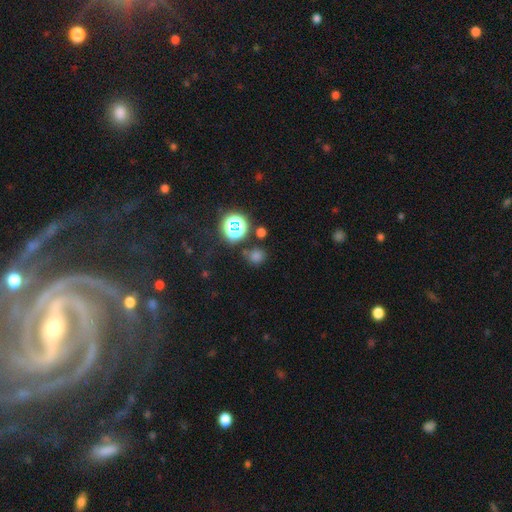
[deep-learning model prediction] Smooth or featured: smooth — 54% (star or artifact — 39%)
How rounded: round — 84% (in between — 15%)
Merging: none — 80% (minor disturbance — 10%)